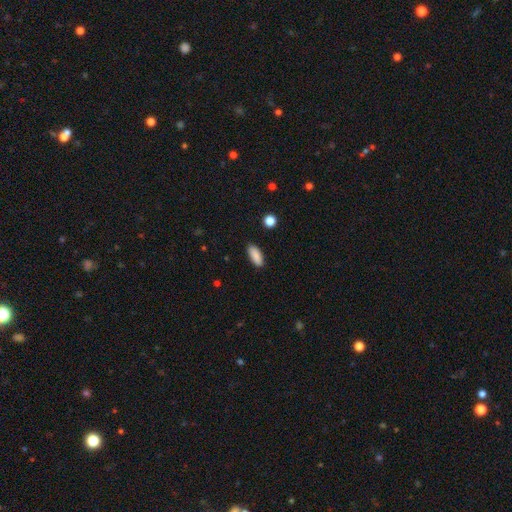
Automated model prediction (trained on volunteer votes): Smooth or featured? smooth (89%)
How rounded? in between (78%)
Merging? none (88%)